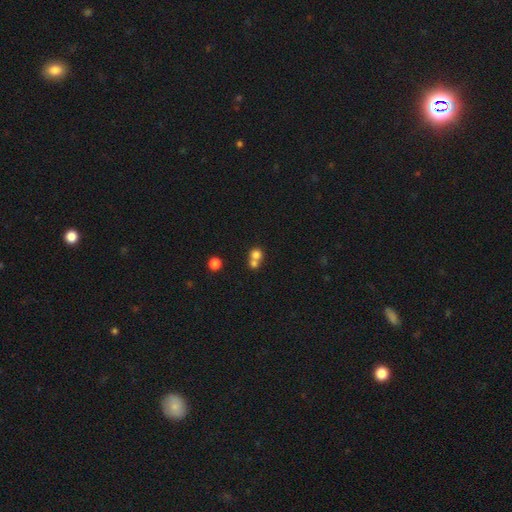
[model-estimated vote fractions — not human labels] A smooth galaxy with no disk features (75%) that is round (83%).

Vote fractions:
- Smooth or featured? smooth: 75% / star or artifact: 13% / featured or disk: 12%
- How rounded? round: 83% / in between: 16% / cigar-shaped: 1%
- Merging? merger: 58% / none: 34% / minor disturbance: 5% / major disturbance: 3%